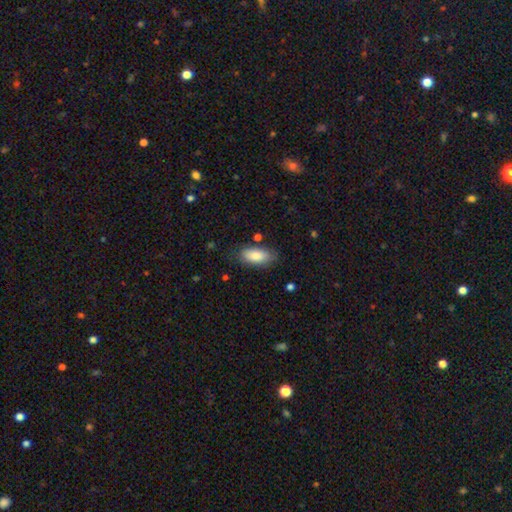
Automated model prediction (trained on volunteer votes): Smooth or featured? Predicted: smooth (p=0.84). How rounded? Predicted: in between (p=0.89). Merging? Predicted: none (p=0.76).